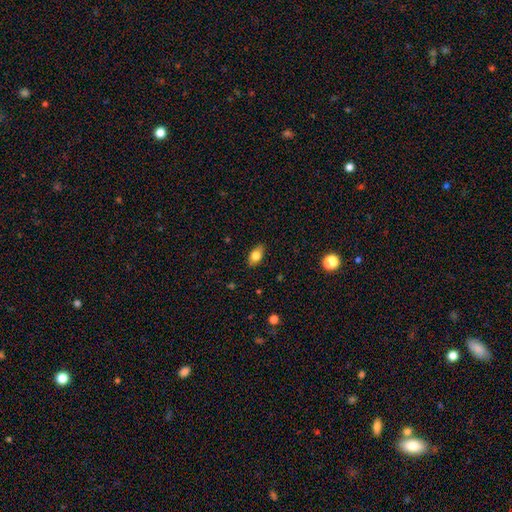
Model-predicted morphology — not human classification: Smooth or featured? Predicted: smooth (p=0.79). How rounded? Predicted: in between (p=0.86). Merging? Predicted: none (p=0.86).